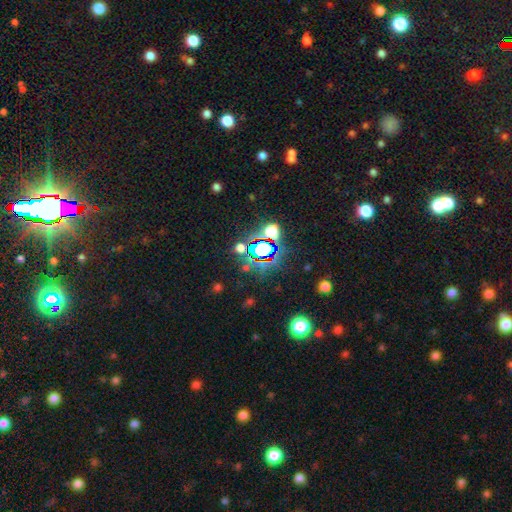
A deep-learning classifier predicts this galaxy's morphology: smooth_or_featured: star or artifact (p=0.68) [alt: smooth p=0.22]